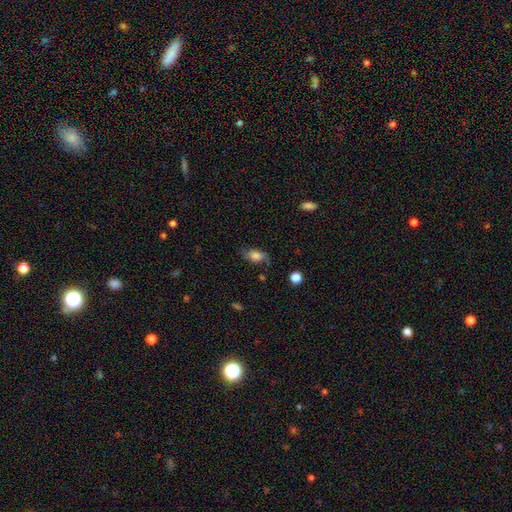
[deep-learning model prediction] smooth 59%, featured or disk 30%, star or artifact 10%. Down the decision tree: how rounded — in between (83%); merging — none (64%).